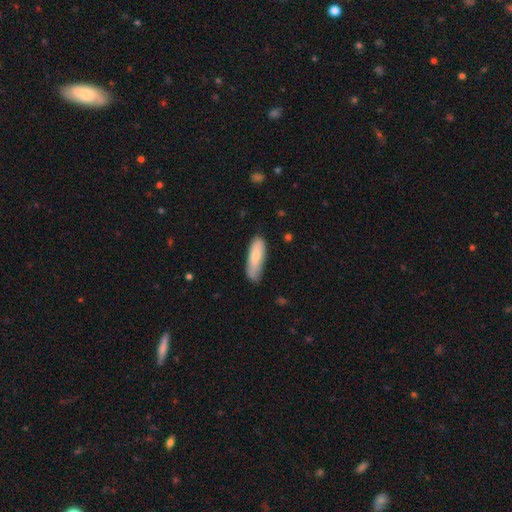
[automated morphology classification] Q: Smooth or featured?
A: smooth (77%); runner-up: featured or disk (17%)
Q: How rounded?
A: cigar-shaped (54%); runner-up: in between (44%)
Q: Merging?
A: none (73%); runner-up: minor disturbance (22%)